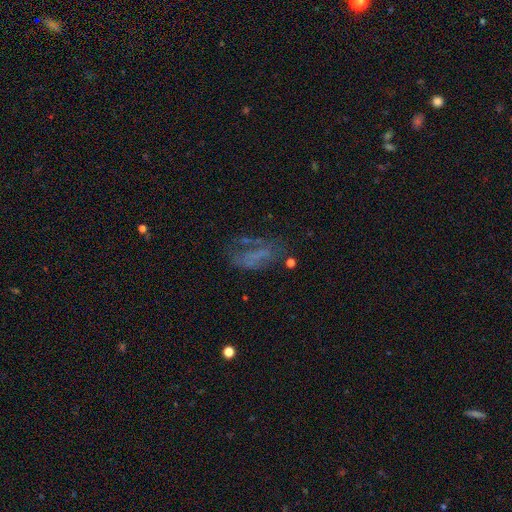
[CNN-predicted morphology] type=featured or disk (45%); merging=none (42%).